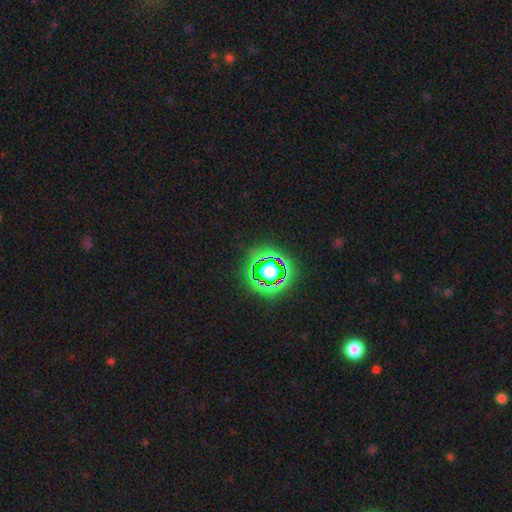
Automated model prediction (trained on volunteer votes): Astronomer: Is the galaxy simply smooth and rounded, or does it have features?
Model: star or artifact — 80%.